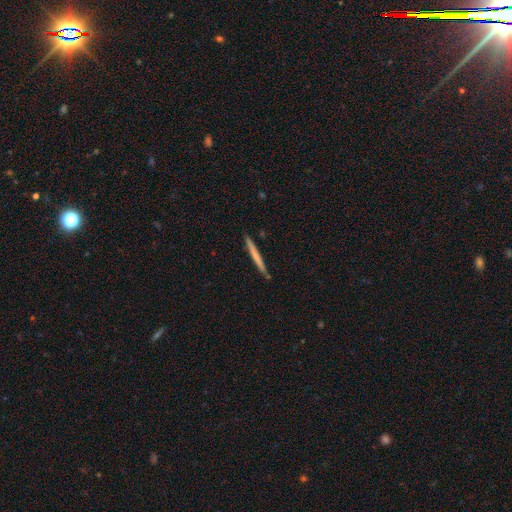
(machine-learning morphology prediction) smooth_or_featured: smooth (p=0.59) [alt: featured or disk p=0.35]
how_rounded: cigar-shaped (p=0.97) [alt: in between p=0.02]
merging: none (p=0.90) [alt: minor disturbance p=0.07]